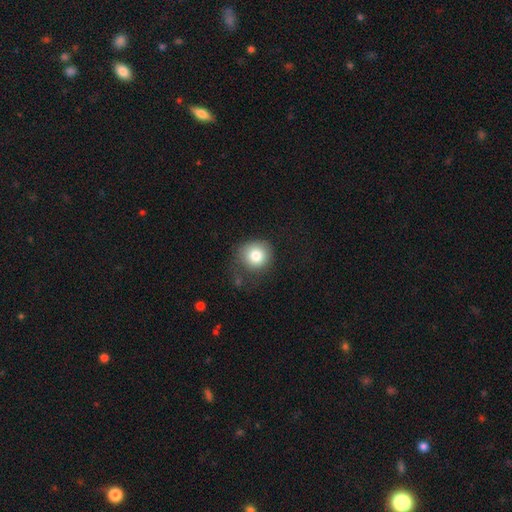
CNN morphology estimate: Smooth or featured? smooth (81%)
How rounded? round (88%)
Merging? none (65%)